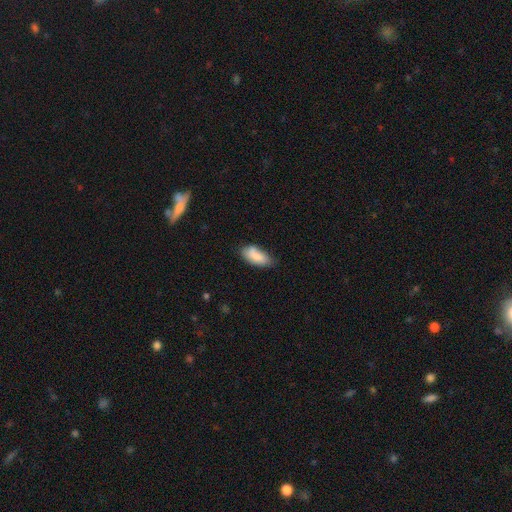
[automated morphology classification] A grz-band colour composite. It shows a smooth galaxy with no disk features (83%) that is in between round and cigar-shaped (88%). Merging: none (60%).